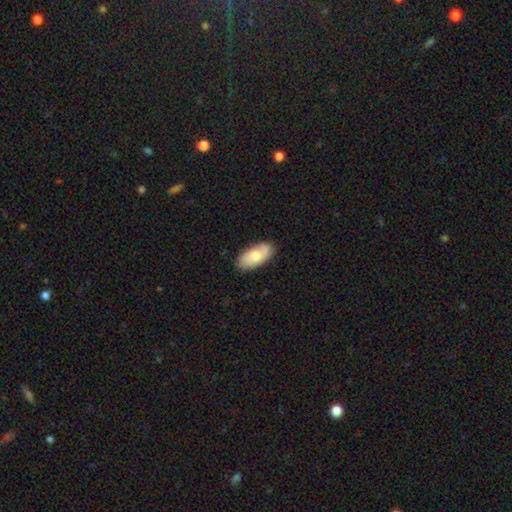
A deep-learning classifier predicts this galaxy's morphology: Smooth or featured? smooth (70%)
How rounded? in between (92%)
Merging? none (82%)